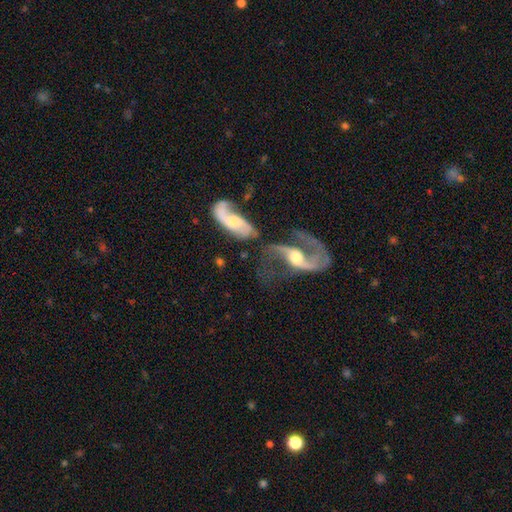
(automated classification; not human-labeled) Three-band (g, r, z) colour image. It shows a featured or disk galaxy (82%) with a weak bar (40%), 2 (80%) medium (41%) spiral arms (88%) and a moderate central bulge (61%). Merging: merger (60%).